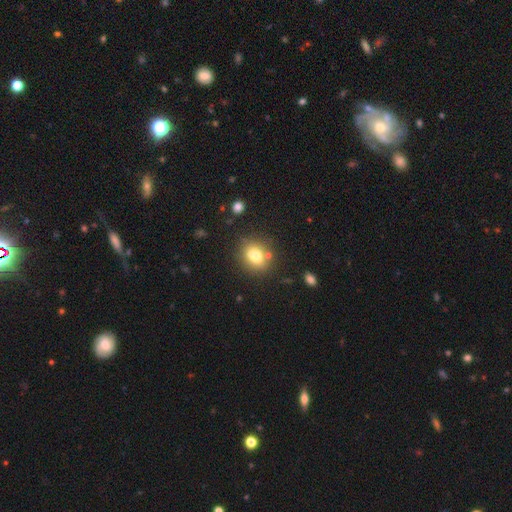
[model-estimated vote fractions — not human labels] smooth_or_featured: smooth (p=0.76) [alt: featured or disk p=0.13]
how_rounded: round (p=0.54) [alt: in between p=0.44]
merging: none (p=0.75) [alt: minor disturbance p=0.13]